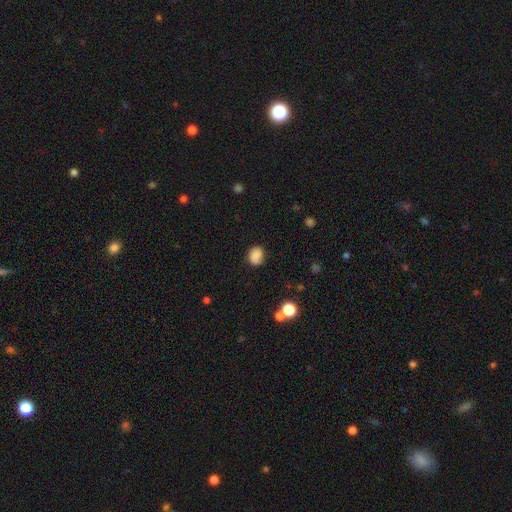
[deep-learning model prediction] A smooth galaxy with no disk features (78%) that is round (58%). Merging: none (76%).